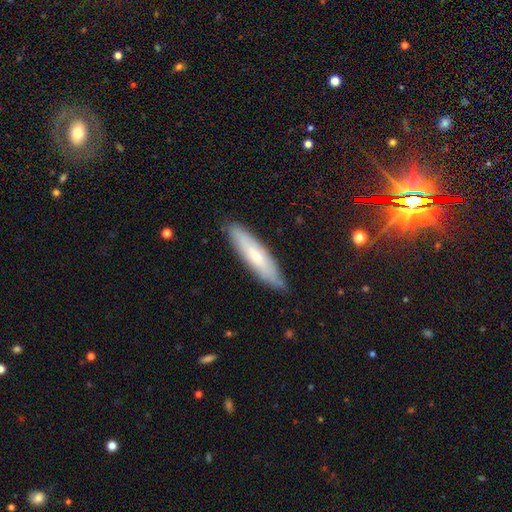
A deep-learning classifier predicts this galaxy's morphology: This appears to be a smooth galaxy with no disk features (54%) that is cigar-shaped (77%). Merging: none (83%).